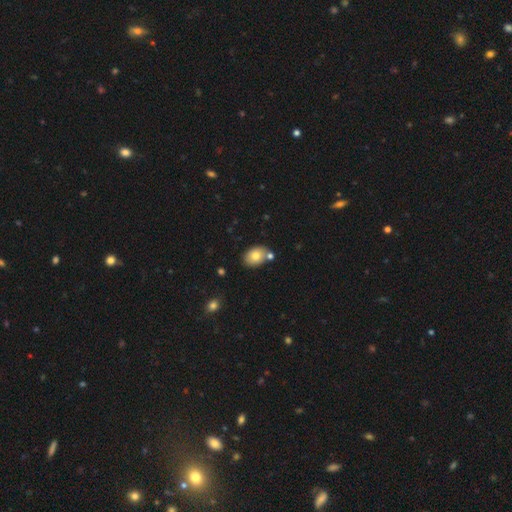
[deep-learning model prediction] smooth 78%, featured or disk 13%, star or artifact 9%. Down the decision tree: how rounded — in between (76%); merging — none (72%).